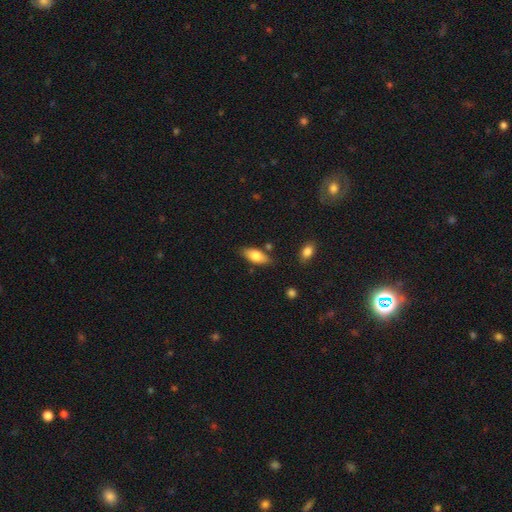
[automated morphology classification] The model was most divided on "smooth or featured": smooth: 77%, featured or disk: 16%, star or artifact: 7%. More confident: how rounded — in between (83%); merging — none (78%).